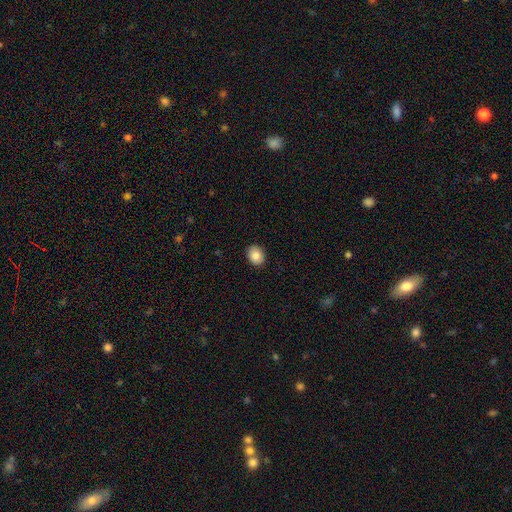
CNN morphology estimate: Smooth or featured? smooth (87%)
How rounded? in between (57%)
Merging? none (90%)